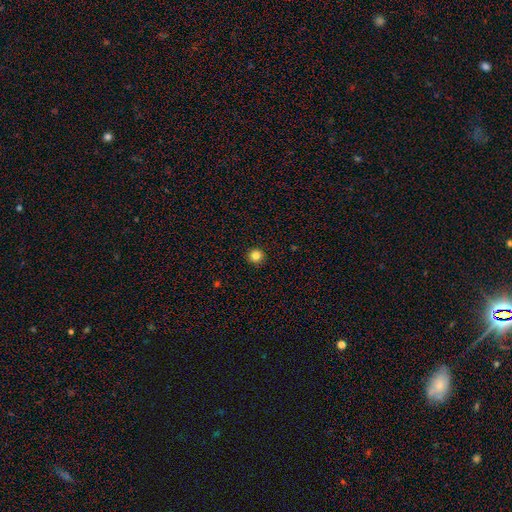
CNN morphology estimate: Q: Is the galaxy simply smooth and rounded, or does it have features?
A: smooth — 84%.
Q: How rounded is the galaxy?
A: round — 95%.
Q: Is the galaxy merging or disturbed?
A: none — 93%.